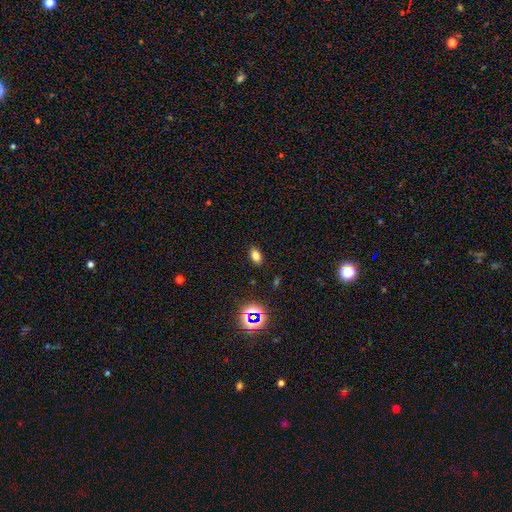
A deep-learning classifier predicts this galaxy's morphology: Q: Smooth or featured?
A: smooth (76%); runner-up: star or artifact (17%)
Q: How rounded?
A: in between (88%); runner-up: round (9%)
Q: Merging?
A: none (87%); runner-up: minor disturbance (9%)